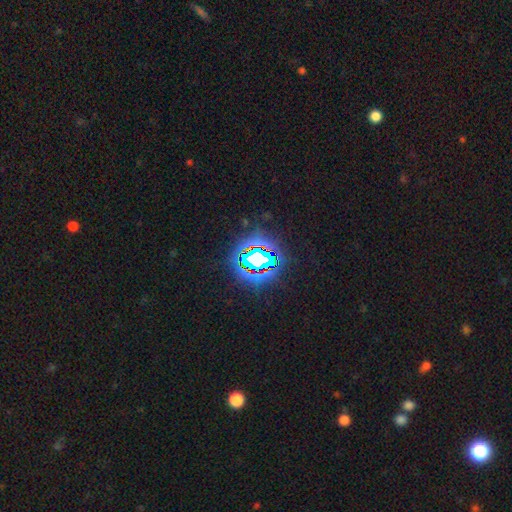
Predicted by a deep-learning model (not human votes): Q: Smooth or featured?
A: star or artifact (73%); runner-up: smooth (15%)